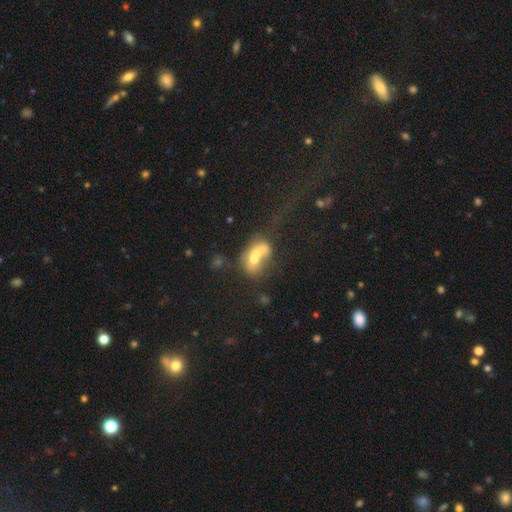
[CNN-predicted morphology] Smooth or featured? Predicted: smooth (p=0.54). How rounded? Predicted: in between (p=0.68). Merging? Predicted: merger (p=0.70).